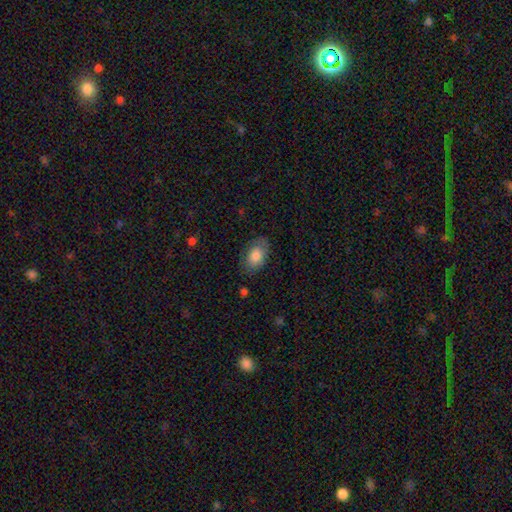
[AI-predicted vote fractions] Overall: smooth (81%). How rounded: in between (90%). Merging: none (74%).